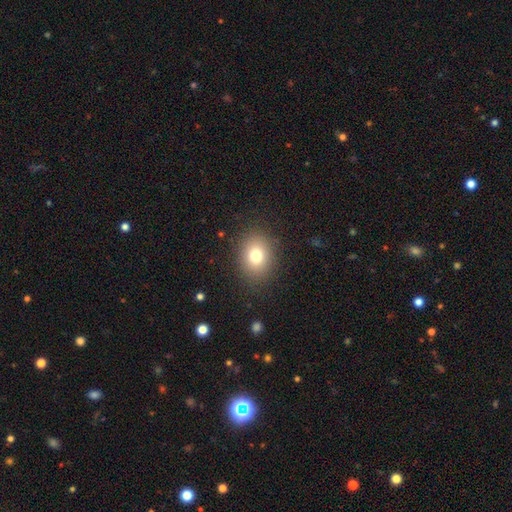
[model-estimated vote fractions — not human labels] Smooth or featured: smooth — 77% (star or artifact — 13%)
How rounded: round — 54% (in between — 45%)
Merging: none — 87% (minor disturbance — 8%)